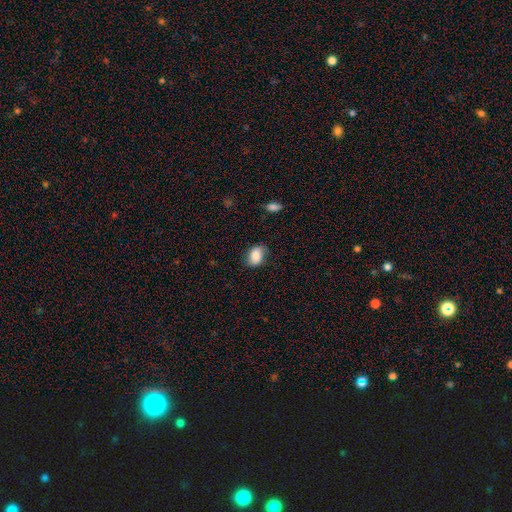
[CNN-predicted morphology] Smooth or featured: smooth — 82% (featured or disk — 10%)
How rounded: in between — 79% (round — 19%)
Merging: none — 66% (minor disturbance — 25%)